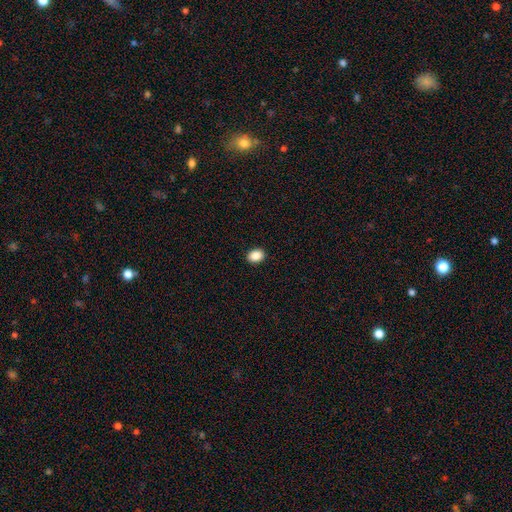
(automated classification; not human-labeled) A smooth galaxy with no disk features (89%) that is in between round and cigar-shaped (69%). Merging: none (92%).